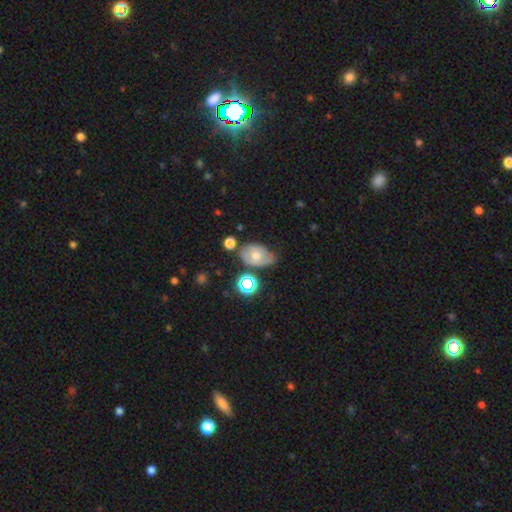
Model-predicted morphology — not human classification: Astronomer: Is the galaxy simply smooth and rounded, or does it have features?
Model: featured or disk — 42% (runner-up: smooth, 41%).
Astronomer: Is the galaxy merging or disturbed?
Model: none — 54%.